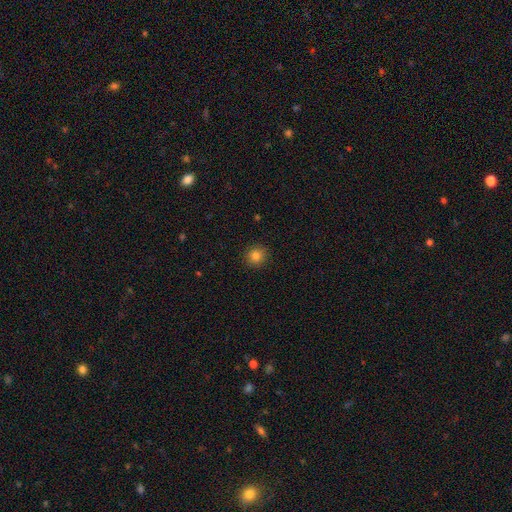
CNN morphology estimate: Smooth or featured? Predicted: smooth (p=0.83). How rounded? Predicted: round (p=0.90). Merging? Predicted: none (p=0.91).